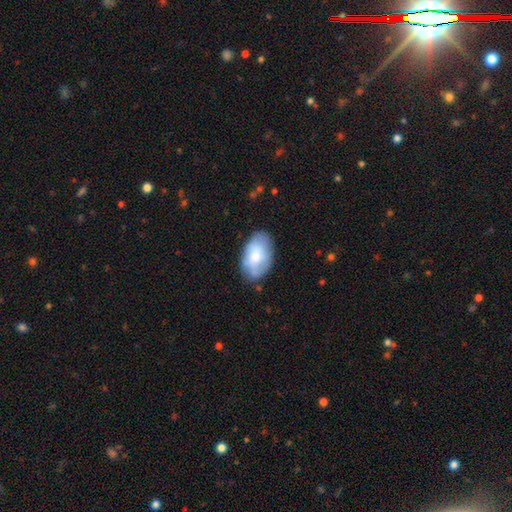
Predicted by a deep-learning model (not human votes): Smooth or featured? smooth (68%)
How rounded? in between (93%)
Merging? none (71%)